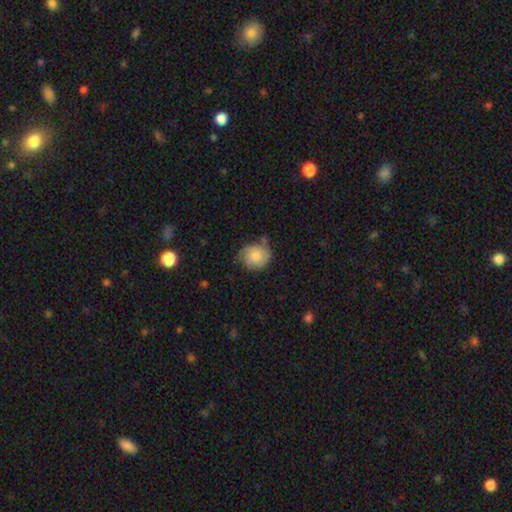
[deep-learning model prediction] Smooth or featured? smooth (67%)
How rounded? round (79%)
Merging? none (60%)